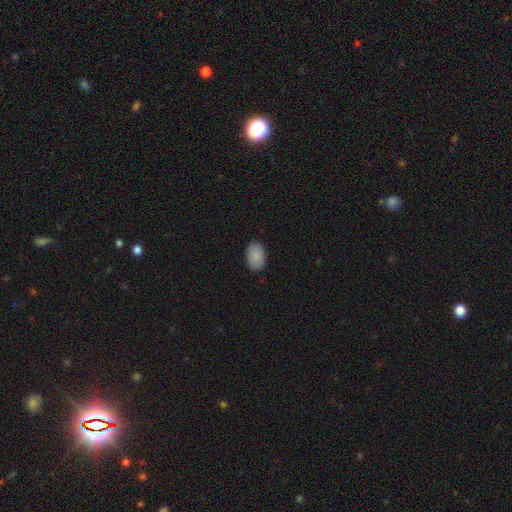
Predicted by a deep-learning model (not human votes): The model was most divided on "merging": none: 87%, minor disturbance: 10%, major disturbance: 2%, merger: 1%. More confident: how rounded — in between (90%); smooth or featured — smooth (89%).